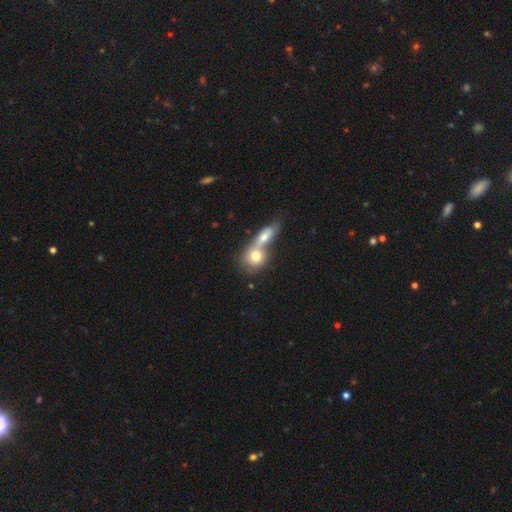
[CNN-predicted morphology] Smooth or featured?
  - smooth: 72% *
  - featured or disk: 20%
  - star or artifact: 8%
How rounded?
  - round: 59% *
  - in between: 36%
  - cigar-shaped: 5%
Merging?
  - merger: 75% *
  - none: 16%
  - minor disturbance: 5%
  - major disturbance: 4%